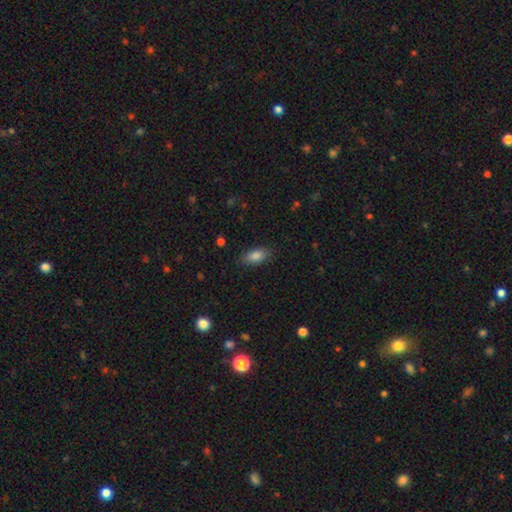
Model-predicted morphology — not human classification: Smooth or featured? Predicted: smooth (p=0.85). How rounded? Predicted: in between (p=0.88). Merging? Predicted: none (p=0.85).